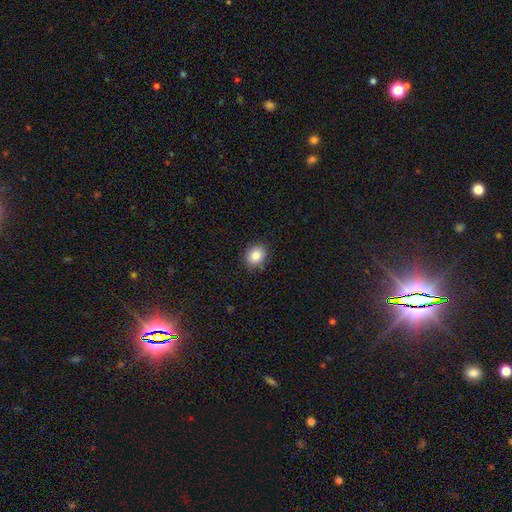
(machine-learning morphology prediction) Overall: smooth (85%). How rounded: round (55%; in between 44%). Merging: none (89%).